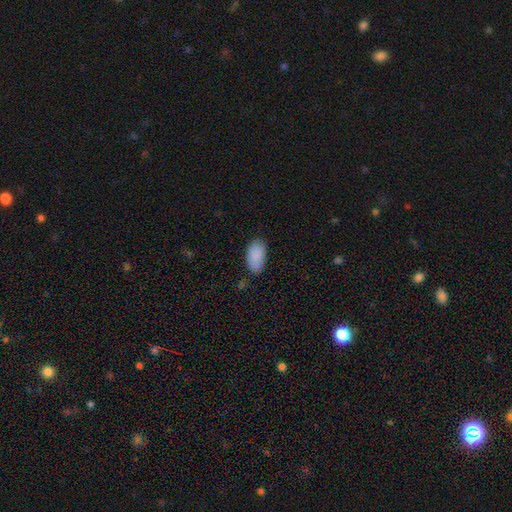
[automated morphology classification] This is clearly a smooth galaxy (89%). How rounded: clearly in between (95%). Merging: likely none (76%).